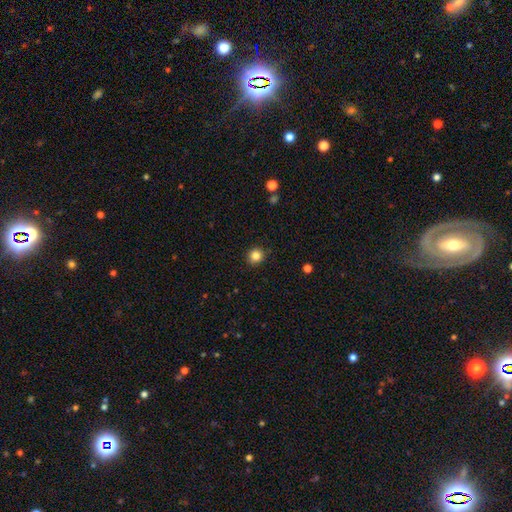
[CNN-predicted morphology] Smooth or featured: smooth — 84% (star or artifact — 11%)
How rounded: round — 91% (in between — 8%)
Merging: none — 91% (minor disturbance — 6%)